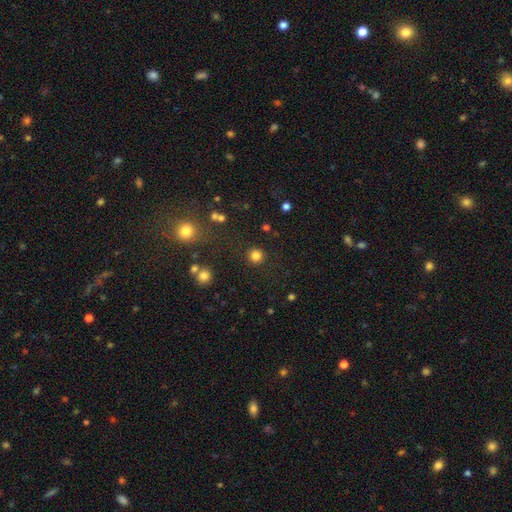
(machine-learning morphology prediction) smooth 82%, star or artifact 13%, featured or disk 4%. Down the decision tree: how rounded — round (94%); merging — none (90%).